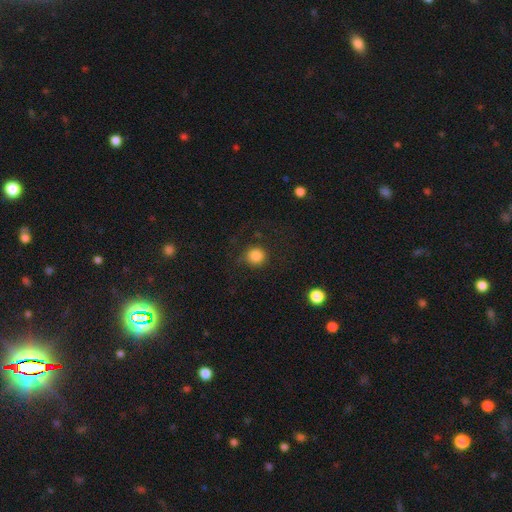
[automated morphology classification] Smooth or featured? smooth (84%)
How rounded? round (92%)
Merging? none (80%)